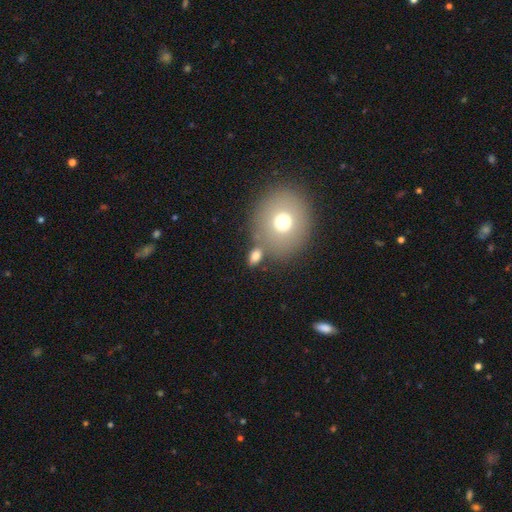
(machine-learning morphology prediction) smooth 76%, featured or disk 13%, star or artifact 12%. Down the decision tree: how rounded — in between (64%); merging — none (65%).